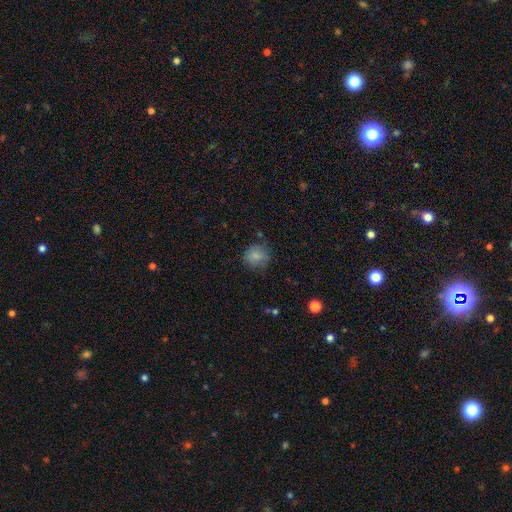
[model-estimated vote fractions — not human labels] smooth-or-featured: smooth: 81% | star or artifact: 10% | featured or disk: 9%
  how-rounded: round: 83% | in between: 16% | cigar-shaped: 1%
  merging: none: 74% | minor disturbance: 19% | major disturbance: 5% | merger: 2%